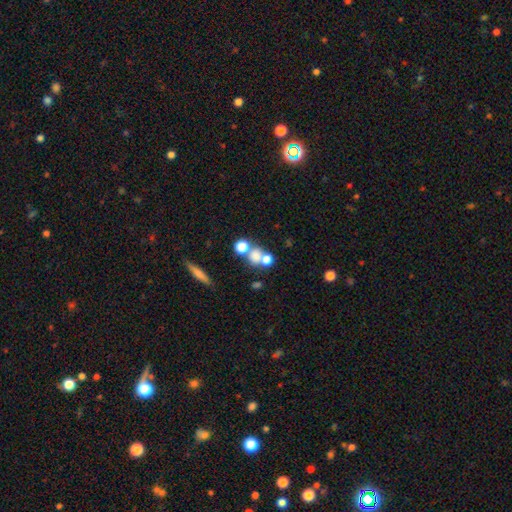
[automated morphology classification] This appears to be a smooth galaxy with no disk features (69%) that is round (70%). Merging: merger (44%).